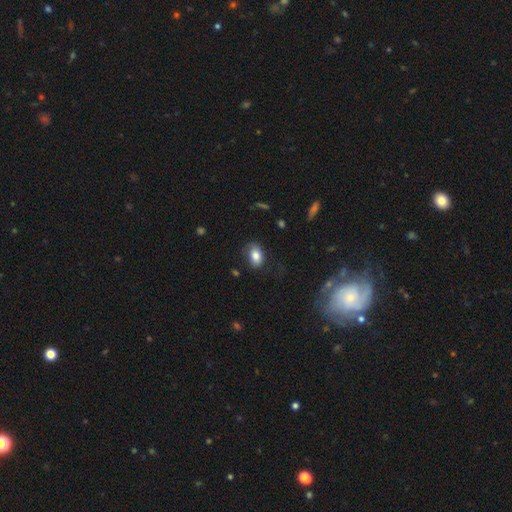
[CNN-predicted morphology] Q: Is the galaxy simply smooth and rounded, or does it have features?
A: smooth — 81%.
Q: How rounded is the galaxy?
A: in between — 85%.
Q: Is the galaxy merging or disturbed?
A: none — 68%.